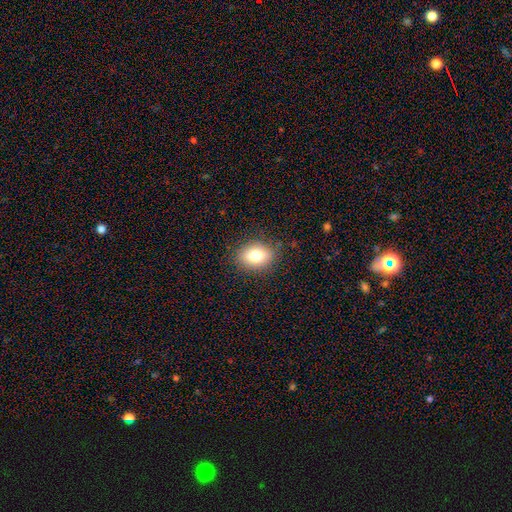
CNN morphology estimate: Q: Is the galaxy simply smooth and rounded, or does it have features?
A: smooth — 77%.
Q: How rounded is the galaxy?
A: in between — 67%.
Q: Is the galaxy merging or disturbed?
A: none — 85%.